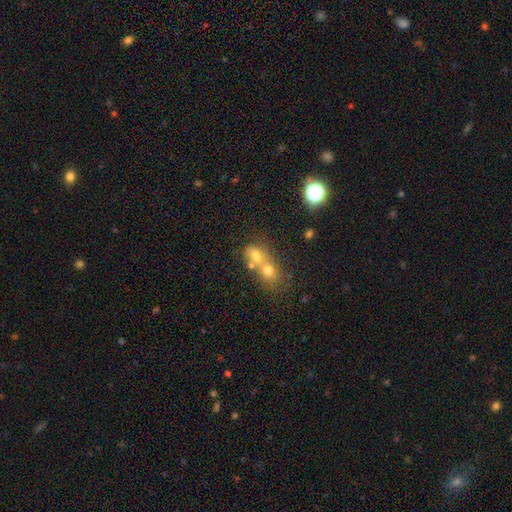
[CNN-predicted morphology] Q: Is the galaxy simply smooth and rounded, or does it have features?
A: smooth — 65%.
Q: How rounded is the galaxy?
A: in between — 59%.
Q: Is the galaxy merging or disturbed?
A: merger — 64%.